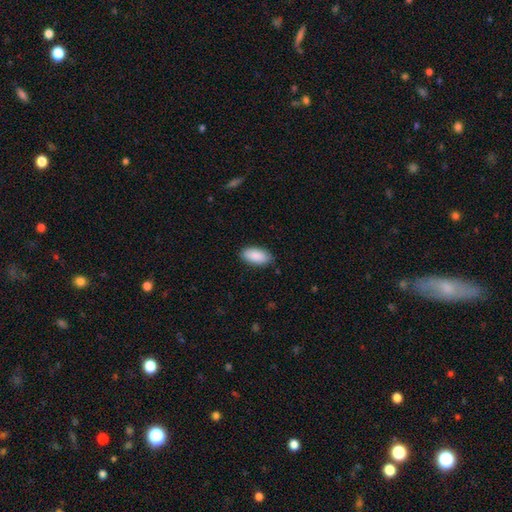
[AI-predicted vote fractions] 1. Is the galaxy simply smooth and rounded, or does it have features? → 90% smooth, 6% star or artifact, 4% featured or disk.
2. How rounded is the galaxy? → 94% in between, 4% cigar-shaped, 2% round.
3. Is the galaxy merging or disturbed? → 85% none, 12% minor disturbance, 2% major disturbance, 1% merger.